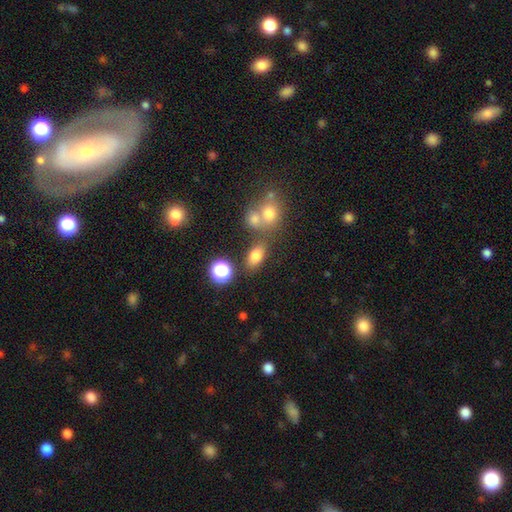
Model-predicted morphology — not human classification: smooth_or_featured: smooth (p=0.77) [alt: star or artifact p=0.14]
how_rounded: in between (p=0.81) [alt: round p=0.17]
merging: none (p=0.68) [alt: merger p=0.15]